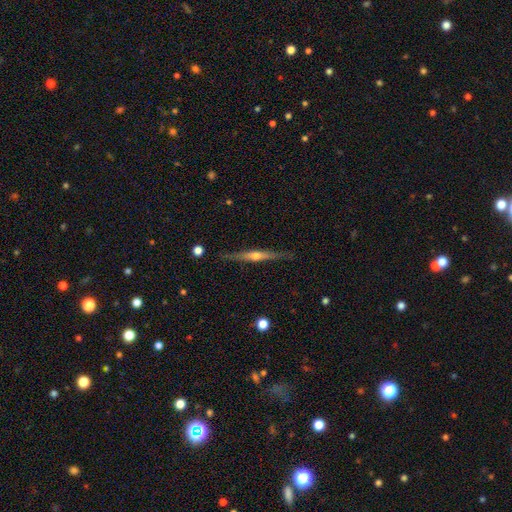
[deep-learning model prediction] Smooth or featured: featured or disk — 71% (smooth — 24%)
Edge-on disk: yes — 97% (no — 3%)
Edge-on bulge: rounded — 85% (none — 11%)
Merging: none — 85% (minor disturbance — 12%)